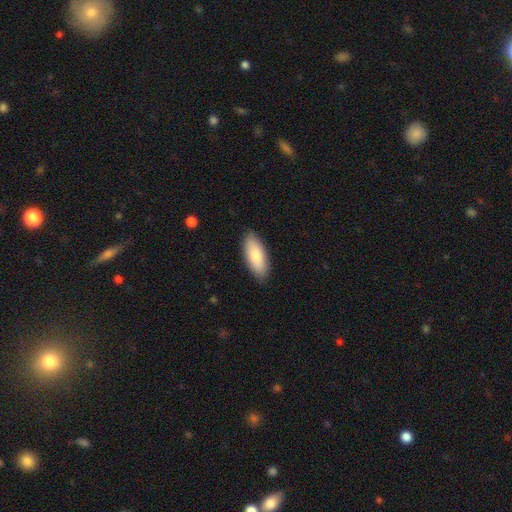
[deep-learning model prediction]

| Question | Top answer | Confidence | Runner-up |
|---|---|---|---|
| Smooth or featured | smooth | 78% | featured or disk (16%) |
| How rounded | in between | 80% | cigar-shaped (18%) |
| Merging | none | 87% | minor disturbance (10%) |